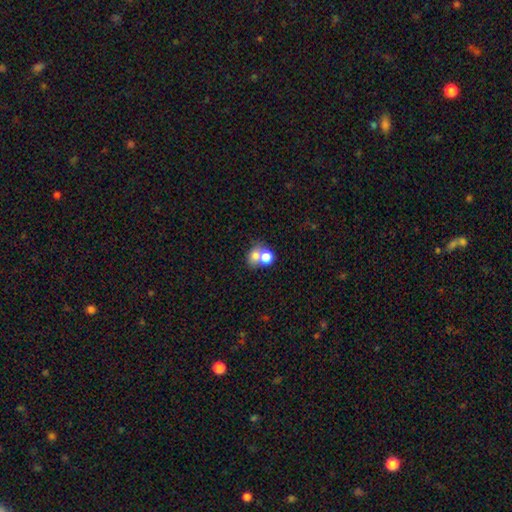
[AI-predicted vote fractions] The model was most divided on "merging": merger: 59%, none: 30%, minor disturbance: 6%, major disturbance: 4%. More confident: smooth or featured — smooth (71%); how rounded — round (65%).